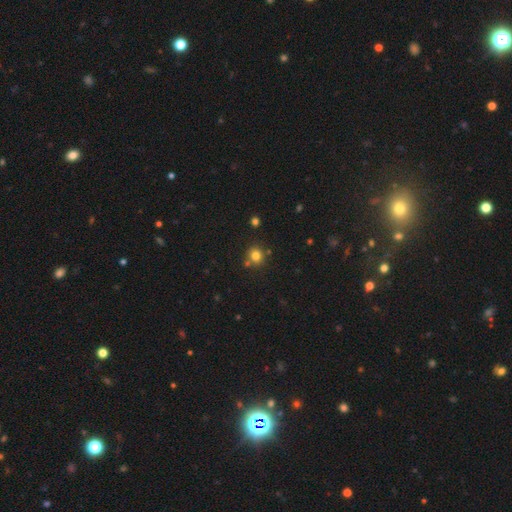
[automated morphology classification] A smooth galaxy with no disk features (79%) that is round (86%). Merging: none (76%).